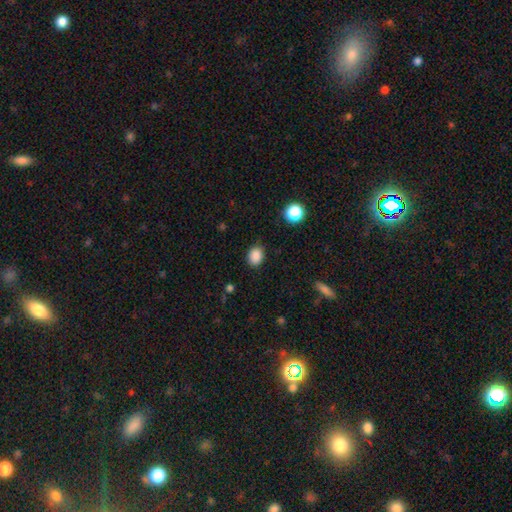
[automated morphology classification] Smooth or featured? smooth (87%)
How rounded? in between (59%)
Merging? none (85%)